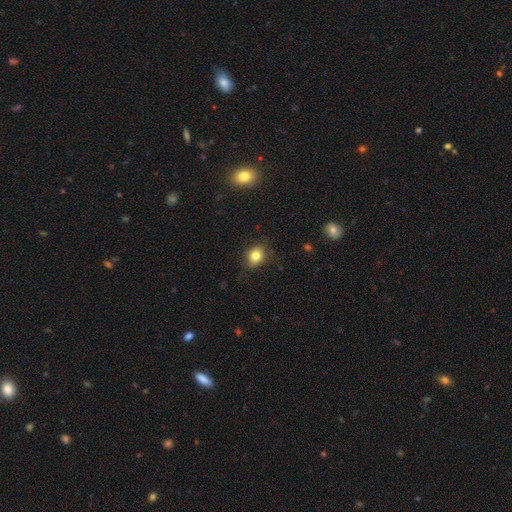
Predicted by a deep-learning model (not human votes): The model was most divided on "how rounded": round: 51%, in between: 47%, cigar-shaped: 1%. More confident: smooth or featured — smooth (81%); merging — none (79%).